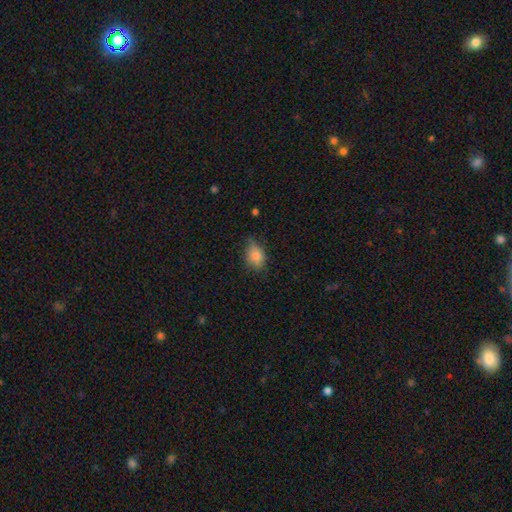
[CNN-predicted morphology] A smooth galaxy with no disk features (84%) that is in between round and cigar-shaped (74%). Merging: none (64%).